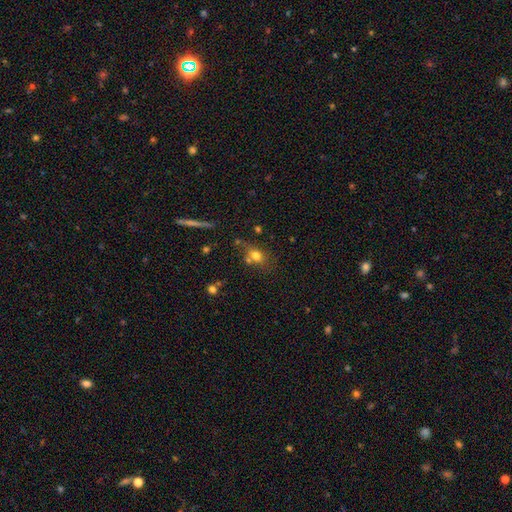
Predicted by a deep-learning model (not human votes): smooth_or_featured: smooth (p=0.74) [alt: star or artifact p=0.13]
how_rounded: in between (p=0.56) [alt: round p=0.41]
merging: none (p=0.55) [alt: merger p=0.23]